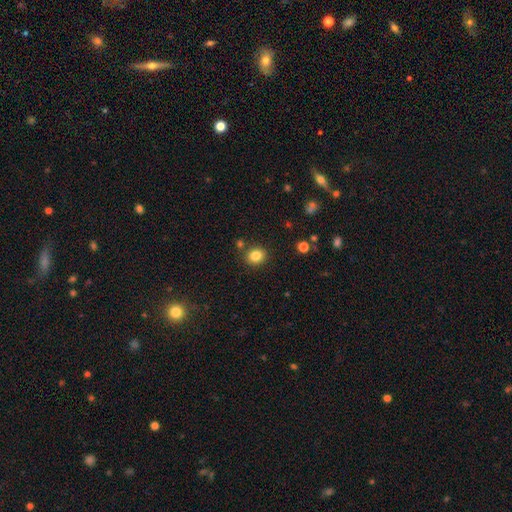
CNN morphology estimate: Overall: smooth (84%). How rounded: round (73%). Merging: none (84%).